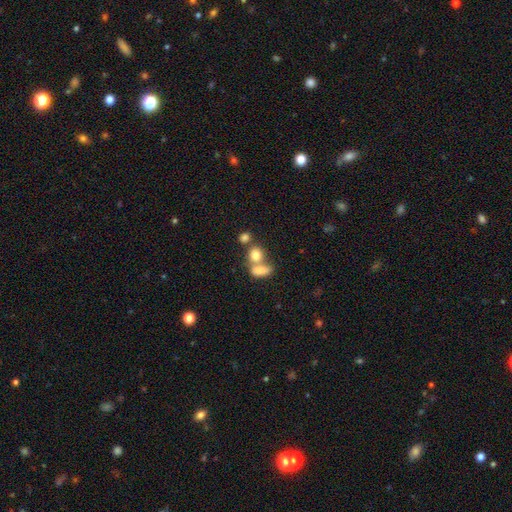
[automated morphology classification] Smooth or featured? smooth (80%)
How rounded? round (55%)
Merging? merger (47%)